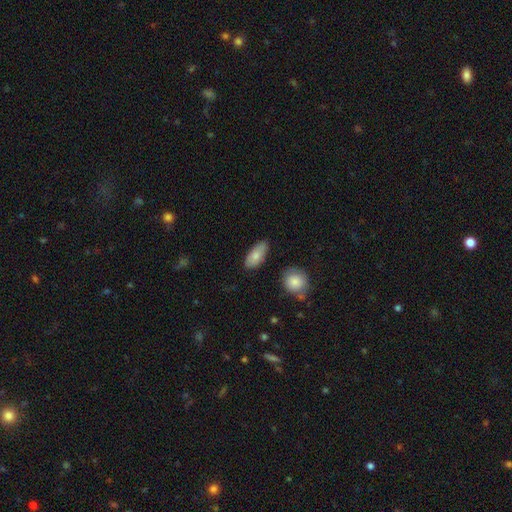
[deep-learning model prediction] Smooth or featured? smooth (79%)
How rounded? in between (89%)
Merging? none (74%)